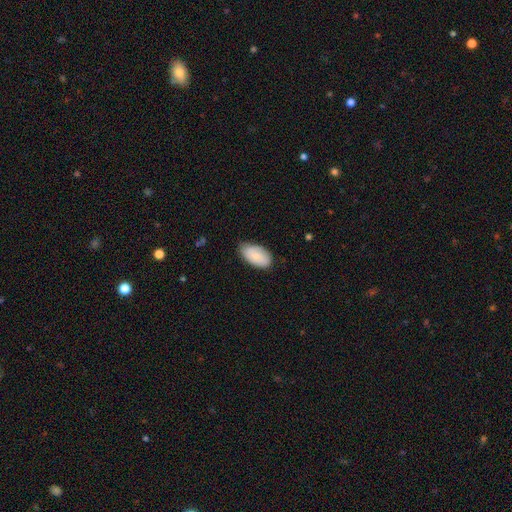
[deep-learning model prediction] Overall: smooth (82%). How rounded: in between (95%). Merging: none (70%).